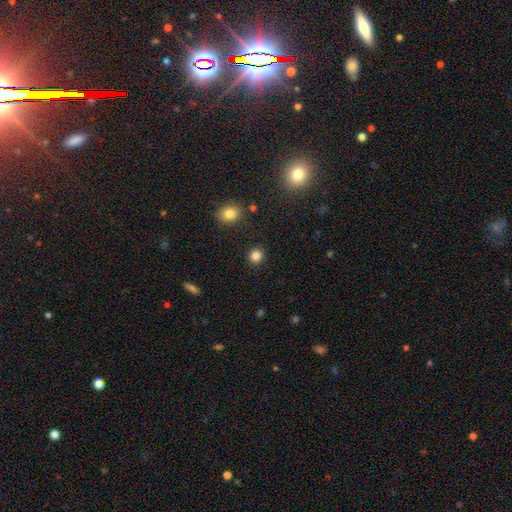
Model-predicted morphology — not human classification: This appears to be a smooth galaxy with no disk features (84%) that is round (90%). Merging: none (91%).